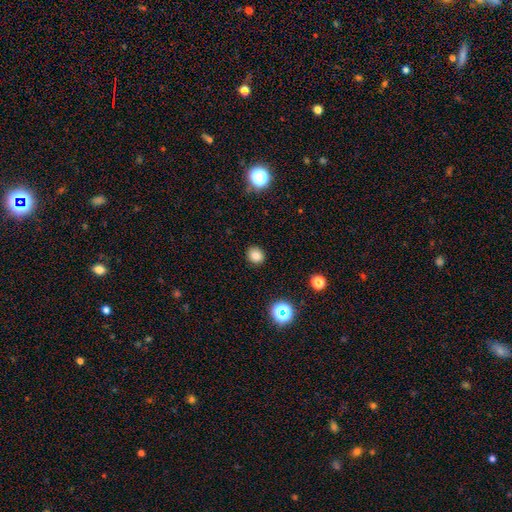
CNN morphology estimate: This appears to be a smooth galaxy with no disk features (80%) that is round (75%). Merging: none (90%).